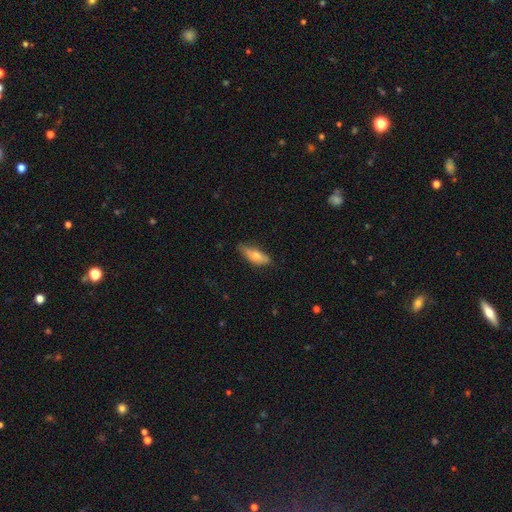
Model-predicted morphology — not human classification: Smooth or featured: smooth — 68% (featured or disk — 25%)
How rounded: in between — 64% (cigar-shaped — 34%)
Merging: none — 67% (minor disturbance — 27%)